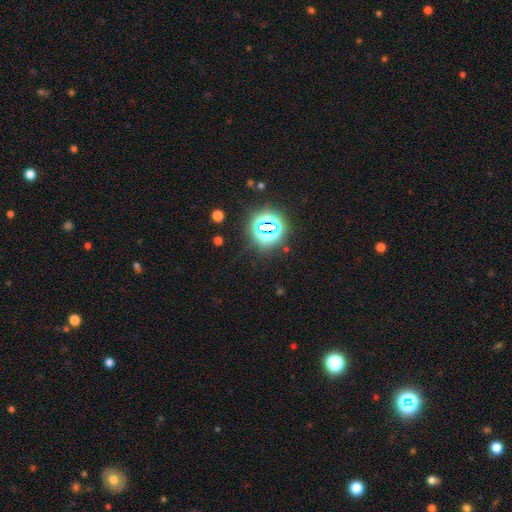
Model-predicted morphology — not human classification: smooth-or-featured: star or artifact: 79% | smooth: 15% | featured or disk: 6%